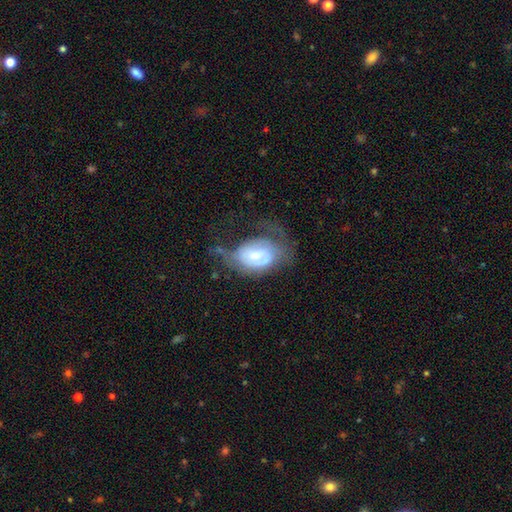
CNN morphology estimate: Smooth or featured? featured or disk (67%)
Edge-on disk? no (95%)
Bar? weak (44%)
Spiral arms? yes (72%)
Bulge size? moderate (53%)
Merging? major disturbance (36%, tied with none)